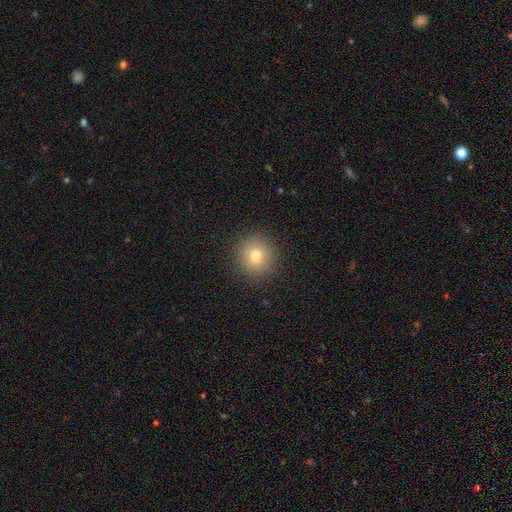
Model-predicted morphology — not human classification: smooth 78%, star or artifact 12%, featured or disk 10%. Down the decision tree: how rounded — round (92%); merging — none (91%).